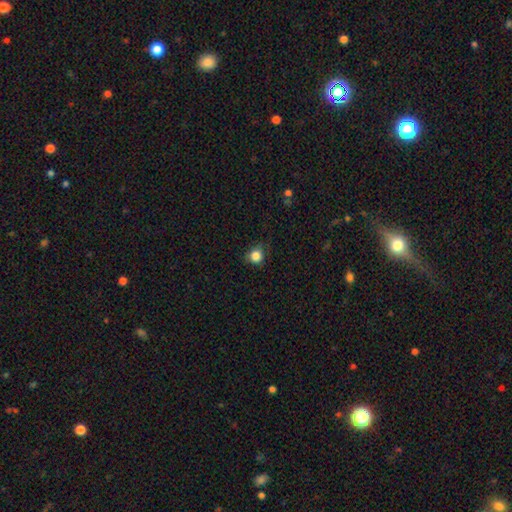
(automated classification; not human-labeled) smooth_or_featured: smooth (p=0.84) [alt: star or artifact p=0.11]
how_rounded: round (p=0.85) [alt: in between p=0.14]
merging: none (p=0.76) [alt: minor disturbance p=0.18]